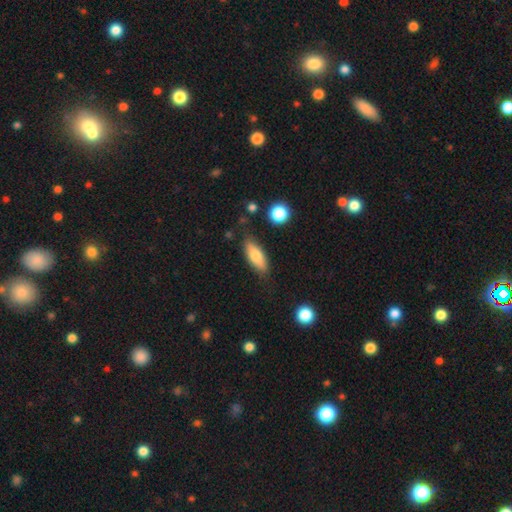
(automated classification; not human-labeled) smooth 72%, featured or disk 21%, star or artifact 7%. Down the decision tree: how rounded — in between (71%); merging — none (79%).